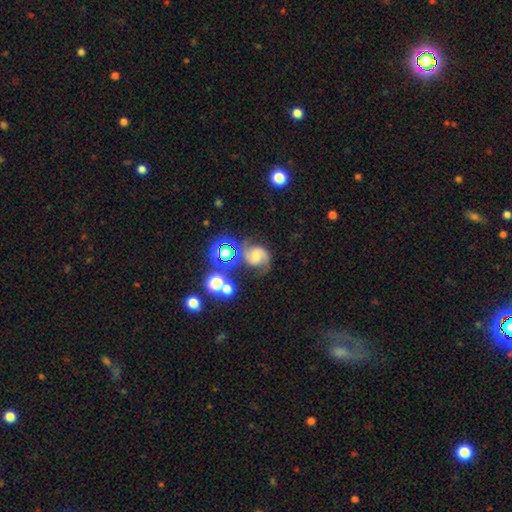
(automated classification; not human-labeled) Morphology: type=featured or disk (65%); edge-on=no (98%); bar=no (47%); spiral arms=yes (95%); winding=medium (54%); arm count=2 (87%); bulge=small (39%); merging=none (60%).